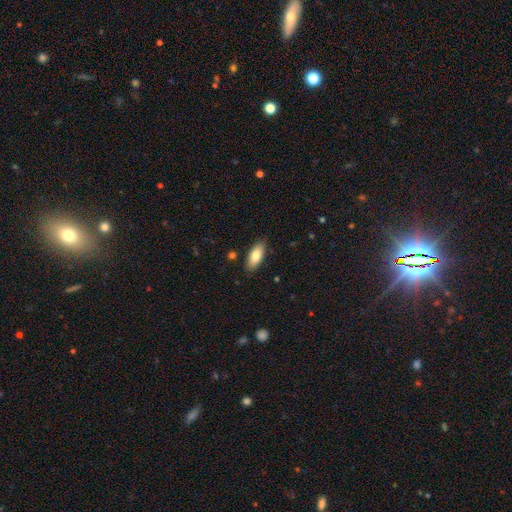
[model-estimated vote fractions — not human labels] smooth-or-featured: smooth: 80% | featured or disk: 13% | star or artifact: 6%
  how-rounded: in between: 83% | cigar-shaped: 15% | round: 2%
  merging: none: 87% | minor disturbance: 10% | major disturbance: 2% | merger: 1%